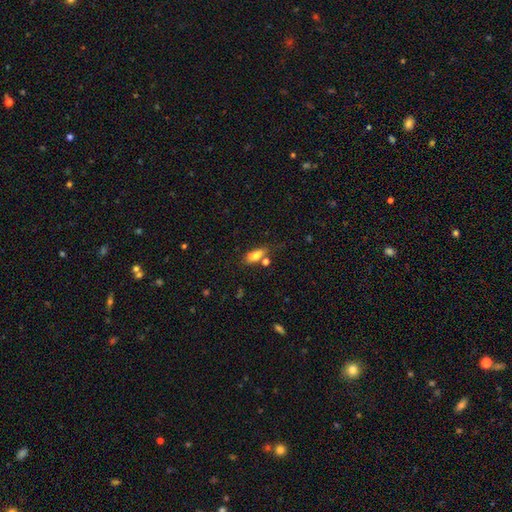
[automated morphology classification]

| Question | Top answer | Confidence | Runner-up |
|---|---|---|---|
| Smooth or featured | smooth | 76% | featured or disk (15%) |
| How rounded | in between | 82% | cigar-shaped (13%) |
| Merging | none | 57% | minor disturbance (19%) |